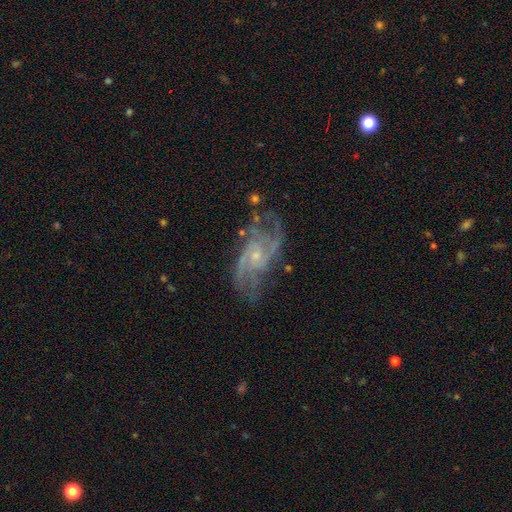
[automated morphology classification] This is clearly a featured or disk galaxy (88%). It is clearly not viewed edge-on (96%). Bar: likely no (63%). Spiral arm pattern: clearly yes (96%). Spiral arm count: marginally 2 (44%). Spiral winding: possibly medium (51%). Central bulge: likely small (74%). Merging: likely none (65%).